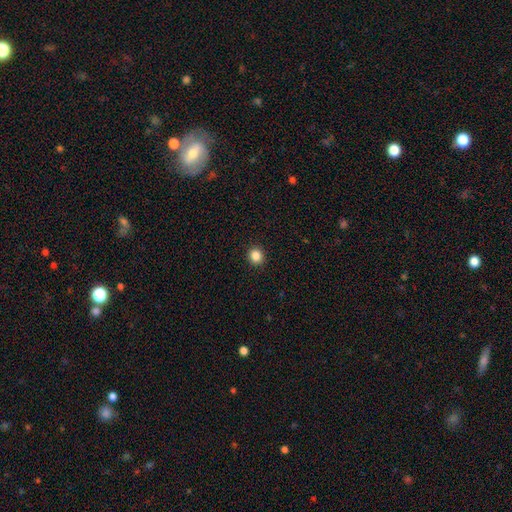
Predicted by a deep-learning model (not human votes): Smooth or featured: smooth — 86% (star or artifact — 11%)
How rounded: round — 88% (in between — 11%)
Merging: none — 93% (minor disturbance — 5%)